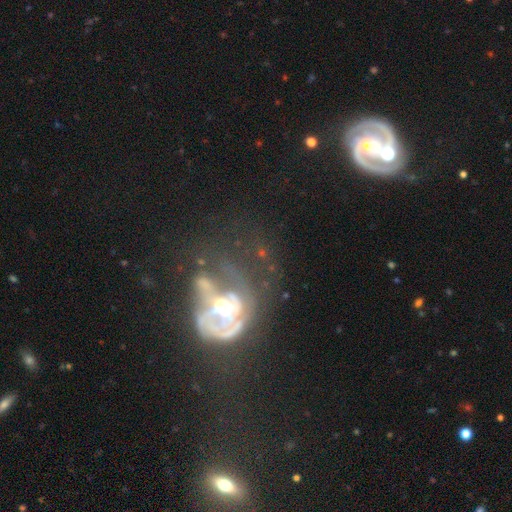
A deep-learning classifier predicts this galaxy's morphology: type=featured or disk (67%); edge-on=no (96%); bar=no (70%); spiral arms=no (51%); bulge=moderate (59%); merging=major disturbance (43%).